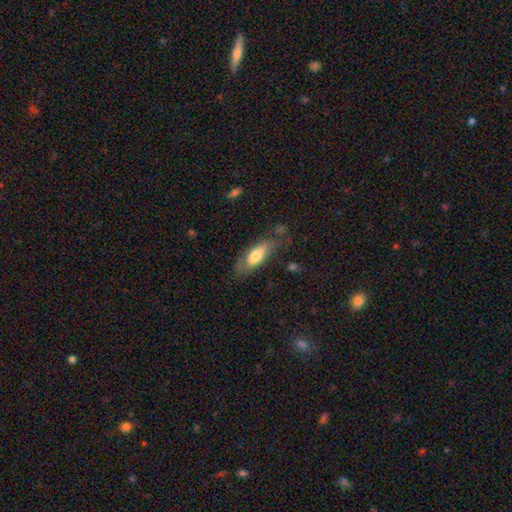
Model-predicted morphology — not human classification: type=smooth (68%); roundness=in between (72%); merging=none (64%).